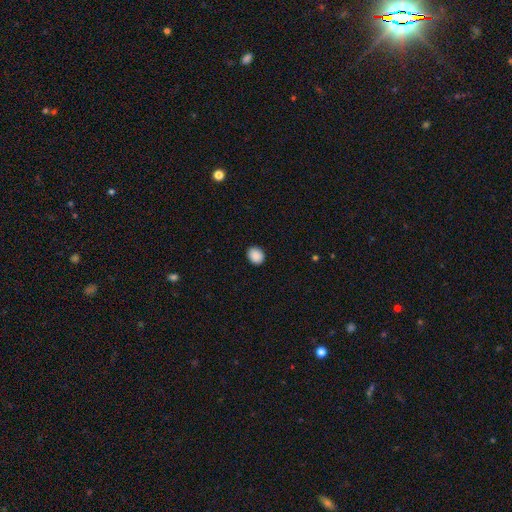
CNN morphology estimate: This is clearly a smooth galaxy (89%). How rounded: possibly round (57%). Merging: clearly none (91%).